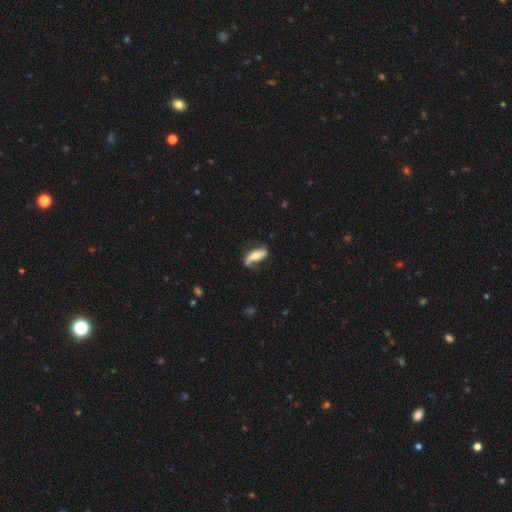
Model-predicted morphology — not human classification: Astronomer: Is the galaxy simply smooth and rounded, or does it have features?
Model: smooth — 49% (runner-up: featured or disk, 44%).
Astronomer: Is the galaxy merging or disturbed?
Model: none — 57%.